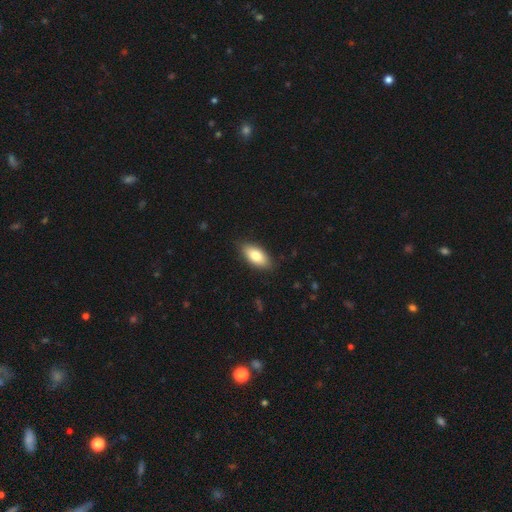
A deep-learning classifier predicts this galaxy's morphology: Q: Smooth or featured?
A: smooth (81%); runner-up: featured or disk (13%)
Q: How rounded?
A: in between (89%); runner-up: cigar-shaped (8%)
Q: Merging?
A: none (86%); runner-up: minor disturbance (11%)